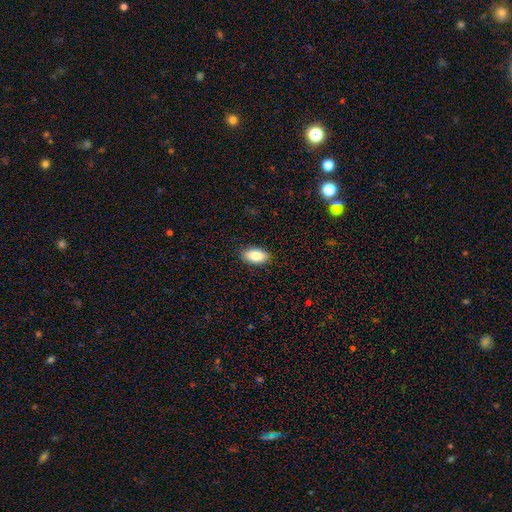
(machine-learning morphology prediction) Smooth or featured? Predicted: smooth (p=0.83). How rounded? Predicted: in between (p=0.94). Merging? Predicted: none (p=0.89).